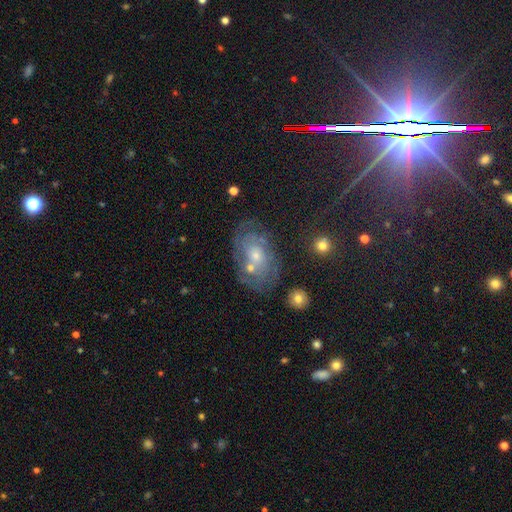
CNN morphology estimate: smooth_or_featured: featured or disk (p=0.63) [alt: smooth p=0.22]
disk_edge_on: no (p=0.94) [alt: yes p=0.06]
bar: no (p=0.77) [alt: weak p=0.19]
has_spiral_arms: yes (p=0.78) [alt: no p=0.22]
bulge_size: small (p=0.61) [alt: moderate p=0.33]
merging: none (p=0.61) [alt: minor disturbance p=0.18]